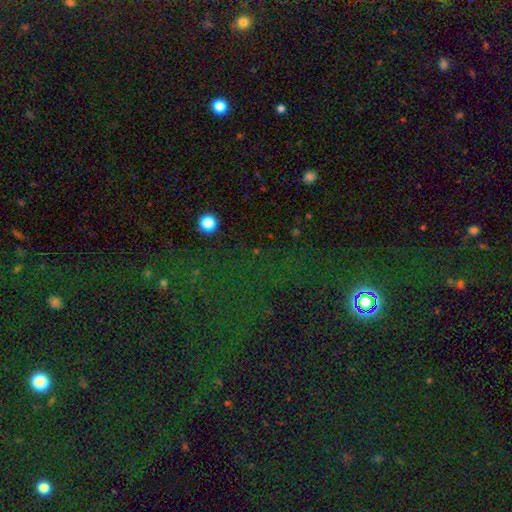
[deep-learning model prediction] The model was most divided on "smooth or featured": star or artifact: 74%, smooth: 17%, featured or disk: 9%.